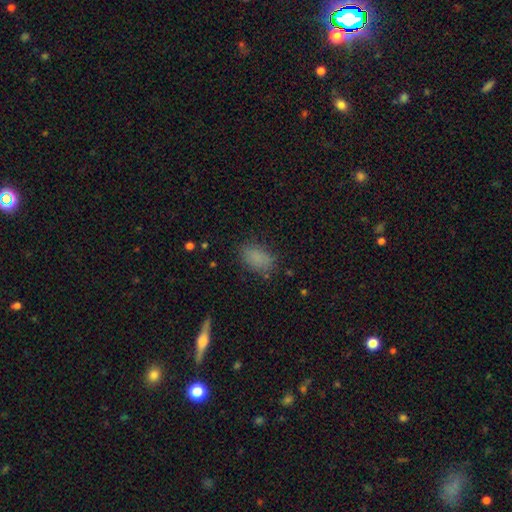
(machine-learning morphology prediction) type=smooth (80%); roundness=in between (88%); merging=none (76%).